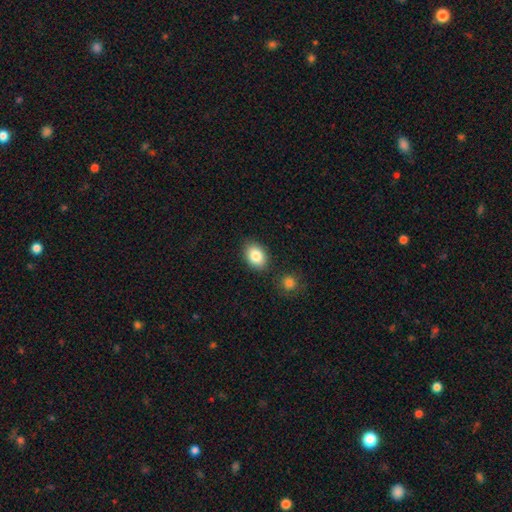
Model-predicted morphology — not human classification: type=smooth (85%); roundness=in between (79%); merging=none (83%).